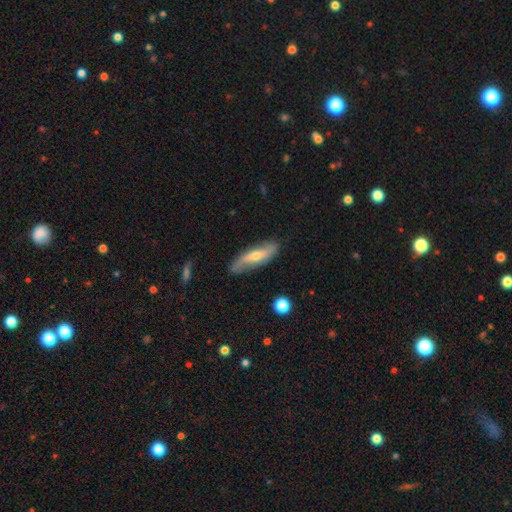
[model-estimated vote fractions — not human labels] The model was most divided on "smooth or featured": featured or disk: 56%, smooth: 37%, star or artifact: 6%. More confident: merging — none (75%); edge-on disk — no (61%).